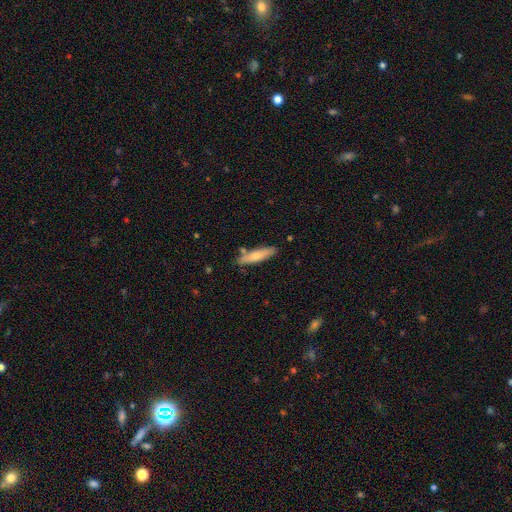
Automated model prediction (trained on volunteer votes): smooth-or-featured: smooth: 70% | featured or disk: 24% | star or artifact: 6%
  how-rounded: cigar-shaped: 78% | in between: 20% | round: 2%
  merging: none: 79% | minor disturbance: 13% | merger: 6% | major disturbance: 2%